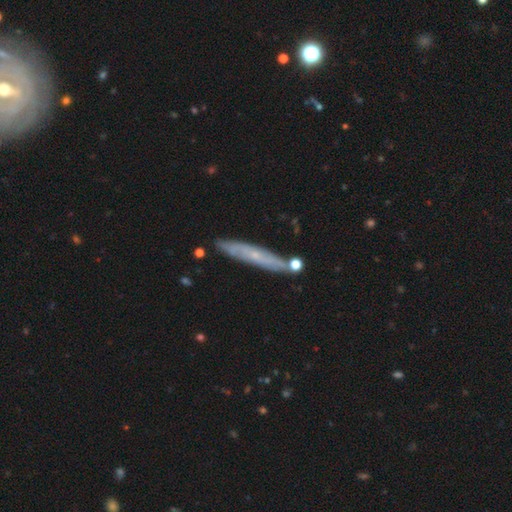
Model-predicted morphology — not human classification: A featured or disk galaxy (51%) viewed edge-on (73%).

Vote fractions:
- Smooth or featured? featured or disk: 51% / smooth: 41% / star or artifact: 8%
- Edge-on disk? yes: 73% / no: 27%
- Merging? none: 80% / minor disturbance: 12% / merger: 5% / major disturbance: 2%